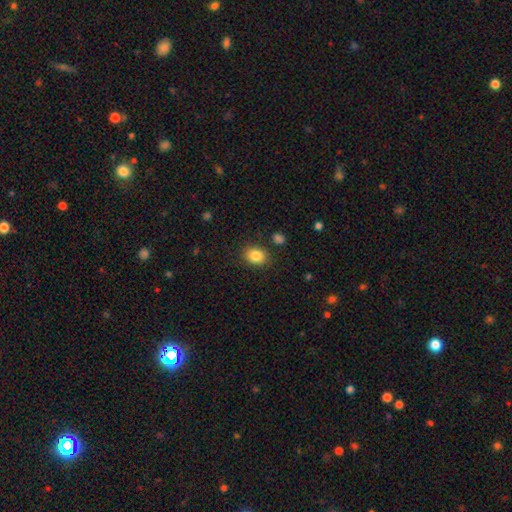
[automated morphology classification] type=smooth (86%); roundness=in between (56%); merging=none (85%).